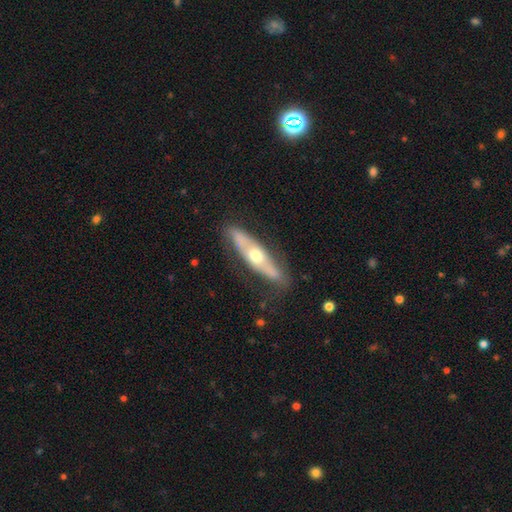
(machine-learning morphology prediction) A featured or disk galaxy (58%) viewed edge-on (55%).

Vote fractions:
- Smooth or featured? featured or disk: 58% / smooth: 37% / star or artifact: 5%
- Edge-on disk? yes: 55% / no: 45%
- Merging? none: 75% / minor disturbance: 18% / major disturbance: 5% / merger: 2%